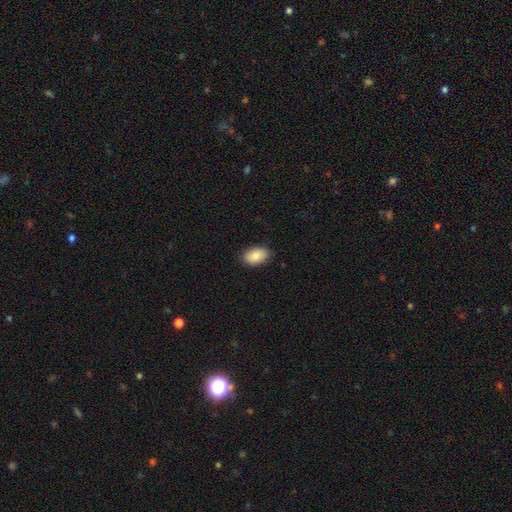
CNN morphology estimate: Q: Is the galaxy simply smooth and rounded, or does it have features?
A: smooth — 85%.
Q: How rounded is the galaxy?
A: in between — 91%.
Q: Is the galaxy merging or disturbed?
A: none — 86%.